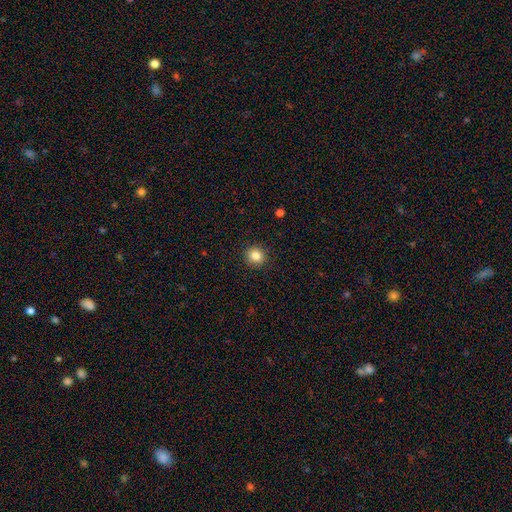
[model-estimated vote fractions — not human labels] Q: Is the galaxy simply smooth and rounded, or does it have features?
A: smooth — 84%.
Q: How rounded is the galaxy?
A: round — 91%.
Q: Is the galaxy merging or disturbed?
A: none — 92%.